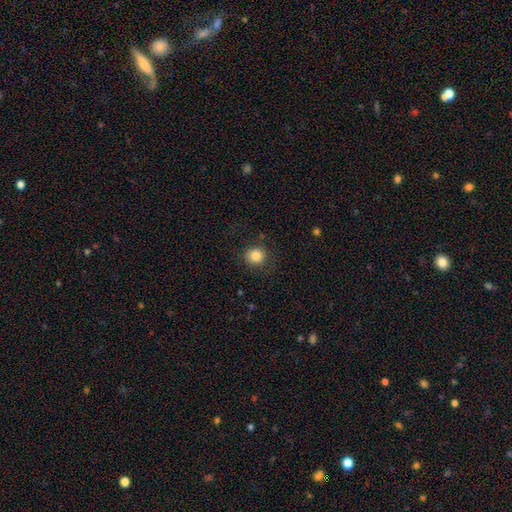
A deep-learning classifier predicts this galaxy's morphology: This is clearly a smooth galaxy (85%). How rounded: clearly round (89%). Merging: clearly none (83%).